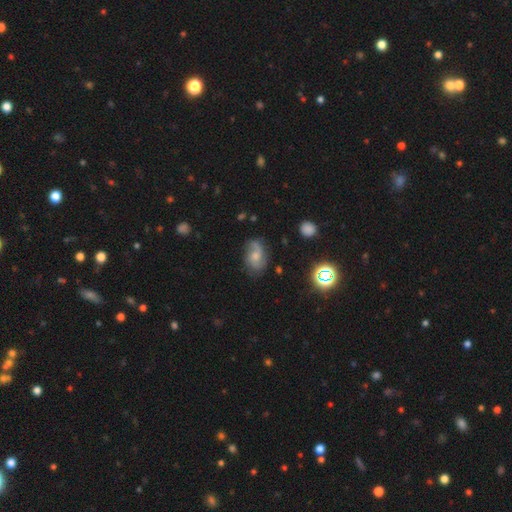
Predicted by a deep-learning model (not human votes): Smooth or featured: featured or disk — 63% (smooth — 27%)
Edge-on disk: no — 96% (yes — 4%)
Bar: no — 61% (weak — 35%)
Spiral arms: yes — 91% (no — 9%)
Spiral winding: medium — 43% (loose — 41%)
Spiral arm count: 2 — 75% (can't tell — 11%)
Bulge size: moderate — 46% (small — 37%)
Merging: none — 66% (minor disturbance — 22%)